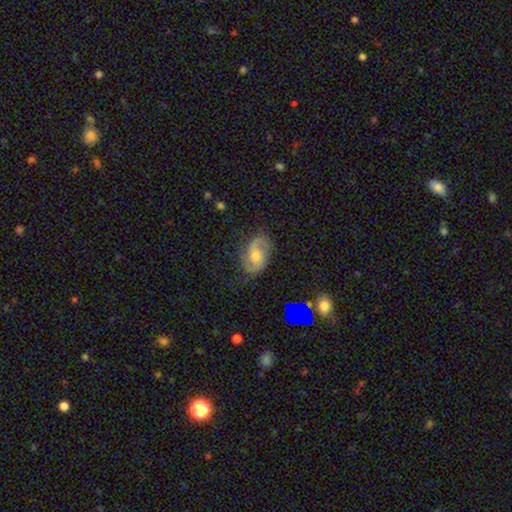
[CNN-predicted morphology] smooth-or-featured: featured or disk: 61% | smooth: 29% | star or artifact: 10%
  disk-edge-on: no: 96% | yes: 4%
    bar: no: 61% | weak: 34% | strong: 6%
    has-spiral-arms: yes: 90% | no: 10%
      spiral-winding: medium: 46% | loose: 30% | tight: 23%
      spiral-arm-count: 2: 80% | can't tell: 10% | 1: 5% | 3: 2% | 4: 1% | more than 4: 1%
    bulge-size: moderate: 57% | small: 30% | large: 7% | none: 4% | dominant: 1%
  merging: none: 69% | minor disturbance: 22% | major disturbance: 8% | merger: 2%